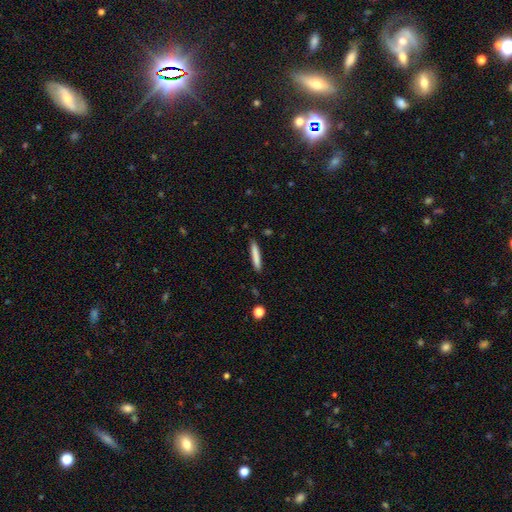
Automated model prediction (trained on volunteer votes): Smooth or featured?
  - smooth: 80% *
  - featured or disk: 14%
  - star or artifact: 6%
How rounded?
  - cigar-shaped: 94% *
  - in between: 5%
  - round: 1%
Merging?
  - none: 89% *
  - minor disturbance: 8%
  - major disturbance: 2%
  - merger: 1%